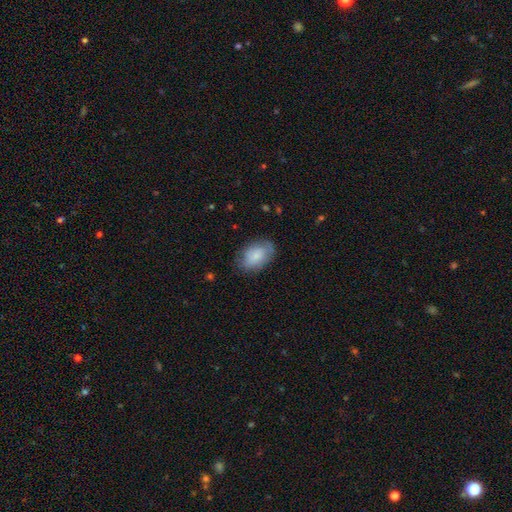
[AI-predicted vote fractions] A smooth galaxy with no disk features (77%) that is in between round and cigar-shaped (87%).

Vote fractions:
- Smooth or featured? smooth: 77% / featured or disk: 16% / star or artifact: 7%
- How rounded? in between: 87% / round: 11% / cigar-shaped: 1%
- Merging? none: 71% / minor disturbance: 21% / major disturbance: 7% / merger: 1%